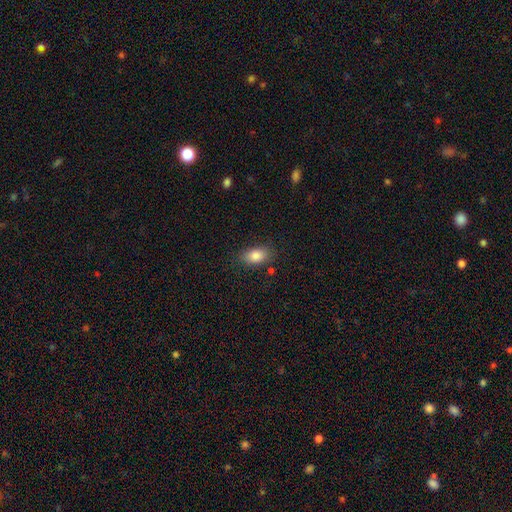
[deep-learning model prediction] smooth-or-featured: smooth: 84% | star or artifact: 8% | featured or disk: 8%
  how-rounded: in between: 89% | round: 8% | cigar-shaped: 3%
  merging: none: 82% | minor disturbance: 13% | major disturbance: 3% | merger: 2%